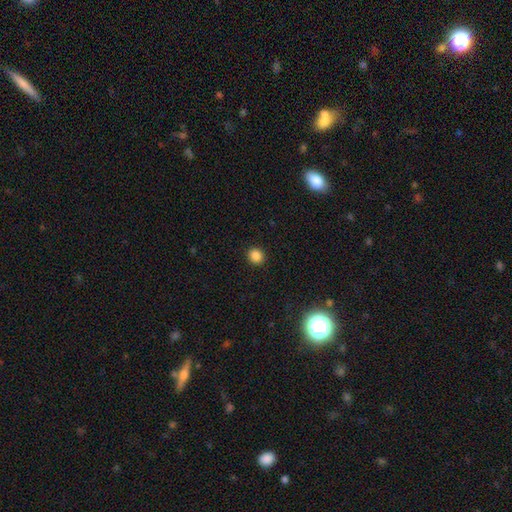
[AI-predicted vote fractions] Morphology: type=smooth (86%); roundness=round (79%); merging=none (92%).